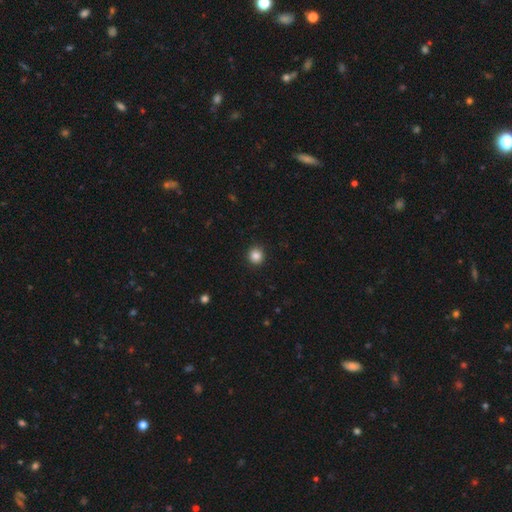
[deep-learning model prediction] The model was most divided on "smooth or featured": smooth: 86%, star or artifact: 10%, featured or disk: 4%. More confident: merging — none (92%); how rounded — round (91%).